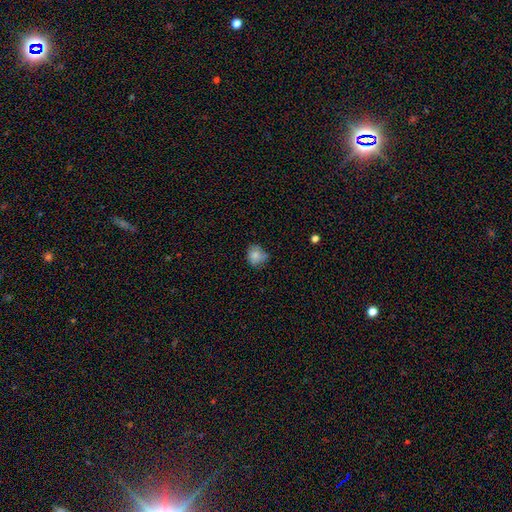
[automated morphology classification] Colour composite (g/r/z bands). It shows a smooth galaxy with no disk features (79%) that is round (72%). Merging: none (62%).